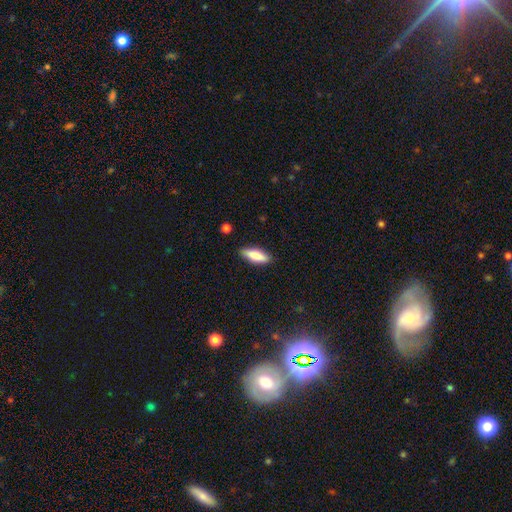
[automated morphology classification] smooth 81%, featured or disk 13%, star or artifact 6%. Down the decision tree: how rounded — in between (59%); merging — none (87%).